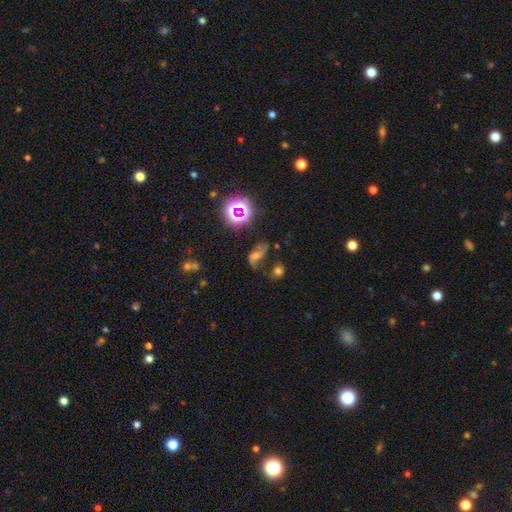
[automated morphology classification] Q: Smooth or featured?
A: featured or disk (55%); runner-up: star or artifact (25%)
Q: Edge-on disk?
A: no (95%); runner-up: yes (5%)
Q: Bar?
A: no (53%); runner-up: weak (33%)
Q: Spiral arms?
A: yes (87%); runner-up: no (13%)
Q: Bulge size?
A: moderate (49%); runner-up: small (30%)
Q: Merging?
A: none (53%); runner-up: minor disturbance (20%)